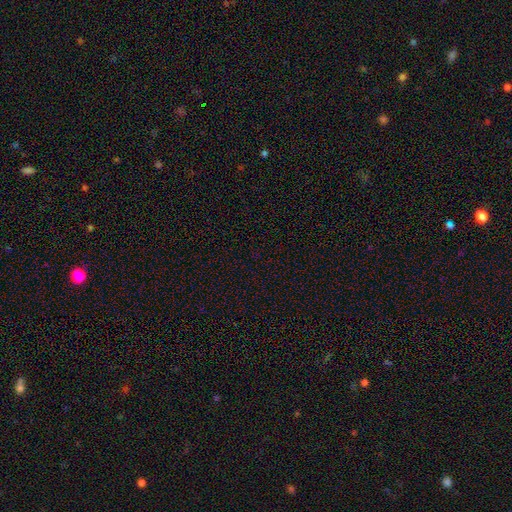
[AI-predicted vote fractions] Smooth or featured? Predicted: star or artifact (p=0.71).